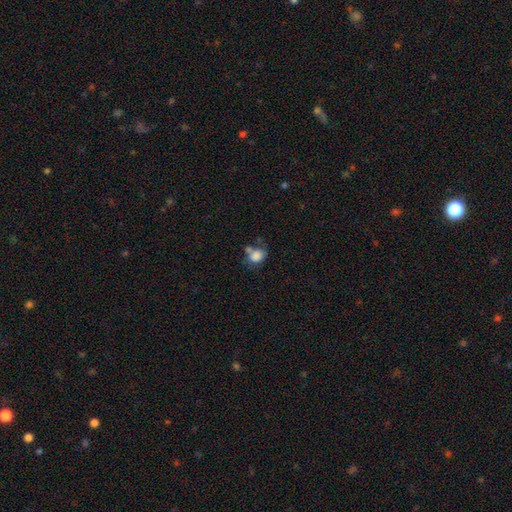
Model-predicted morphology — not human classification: smooth_or_featured: smooth (p=0.82) [alt: star or artifact p=0.10]
how_rounded: in between (p=0.50) [alt: round p=0.49]
merging: none (p=0.44) [alt: merger p=0.26]